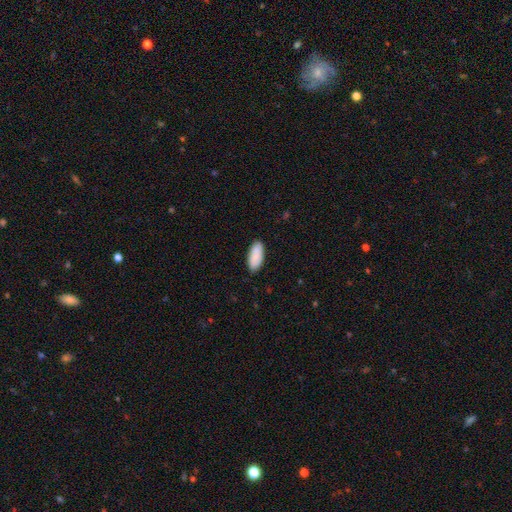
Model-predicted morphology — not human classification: smooth_or_featured: smooth (p=0.88) [alt: featured or disk p=0.06]
how_rounded: in between (p=0.88) [alt: cigar-shaped p=0.11]
merging: none (p=0.85) [alt: minor disturbance p=0.12]